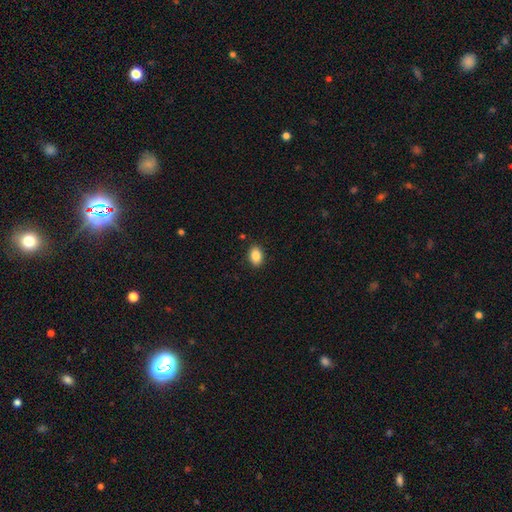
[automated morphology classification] Smooth or featured?
  - smooth: 87% *
  - star or artifact: 8%
  - featured or disk: 5%
How rounded?
  - in between: 84% *
  - round: 15%
  - cigar-shaped: 1%
Merging?
  - none: 88% *
  - minor disturbance: 9%
  - major disturbance: 2%
  - merger: 1%